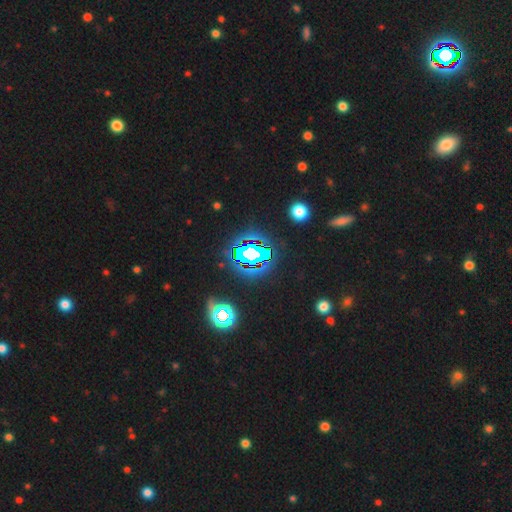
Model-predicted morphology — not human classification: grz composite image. It shows a star or artifact, not a galaxy (70%).